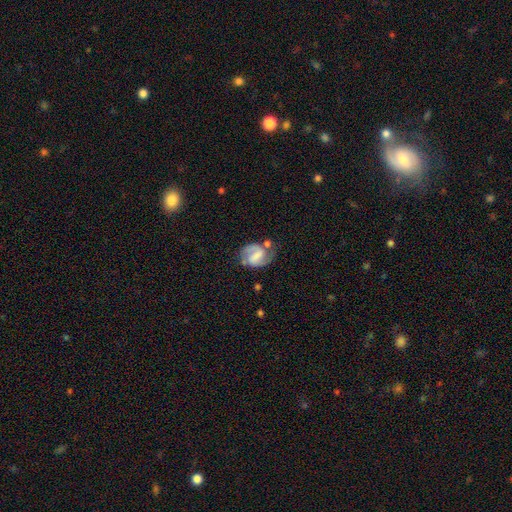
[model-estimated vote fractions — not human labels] Smooth or featured: featured or disk — 78% (smooth — 16%)
Edge-on disk: no — 98% (yes — 2%)
Bar: strong — 43% (weak — 41%)
Spiral arms: yes — 93% (no — 7%)
Spiral winding: medium — 52% (tight — 28%)
Spiral arm count: 2 — 87% (can't tell — 5%)
Bulge size: none — 41% (small — 26%)
Merging: none — 60% (minor disturbance — 20%)